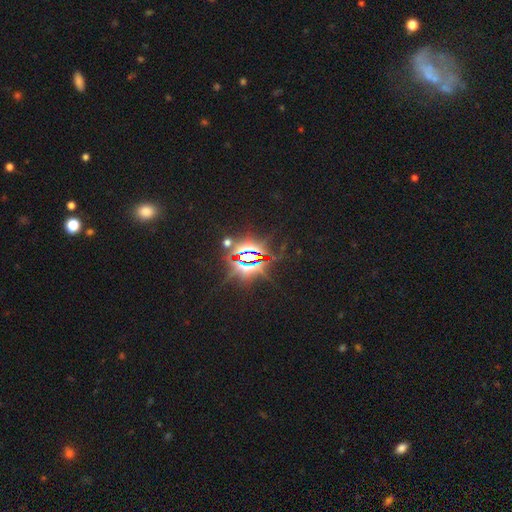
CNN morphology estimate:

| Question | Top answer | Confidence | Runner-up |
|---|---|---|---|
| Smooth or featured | star or artifact | 86% | featured or disk (8%) |